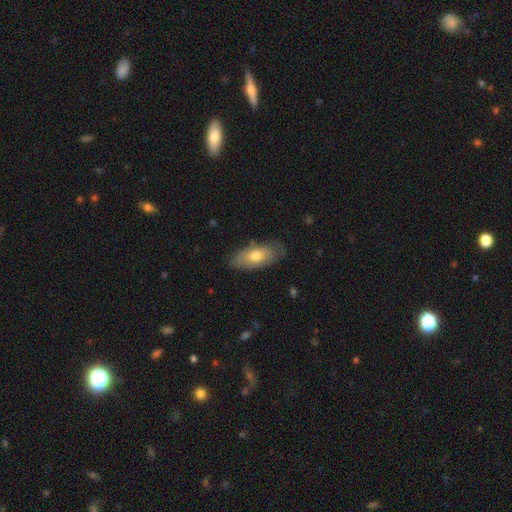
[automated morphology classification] smooth 64%, featured or disk 29%, star or artifact 7%. Down the decision tree: how rounded — in between (87%); merging — none (78%).